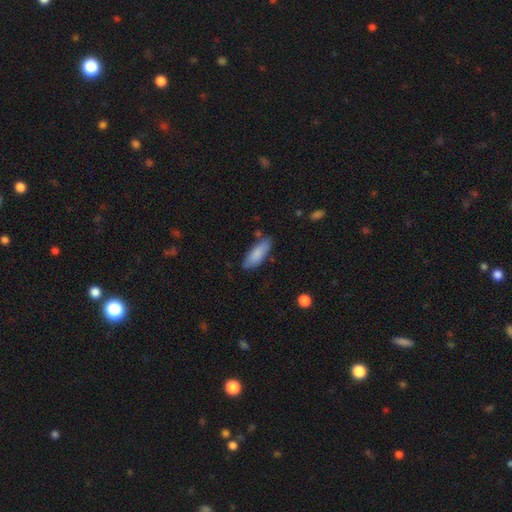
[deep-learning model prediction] Q: Smooth or featured?
A: smooth (84%); runner-up: featured or disk (10%)
Q: How rounded?
A: in between (64%); runner-up: cigar-shaped (35%)
Q: Merging?
A: none (76%); runner-up: minor disturbance (18%)